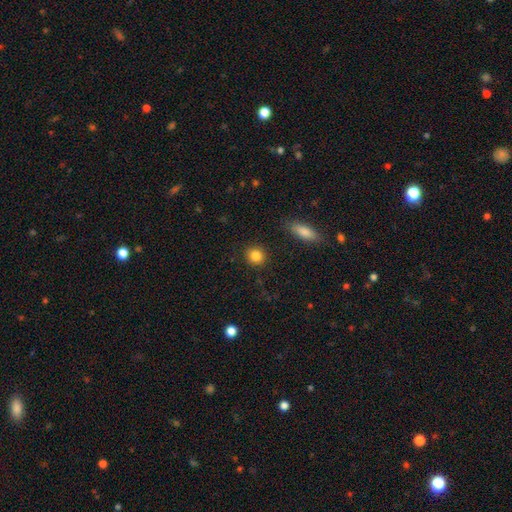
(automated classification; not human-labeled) smooth-or-featured: smooth: 85% | star or artifact: 9% | featured or disk: 6%
  how-rounded: round: 83% | in between: 15% | cigar-shaped: 1%
  merging: none: 90% | minor disturbance: 7% | major disturbance: 2% | merger: 1%